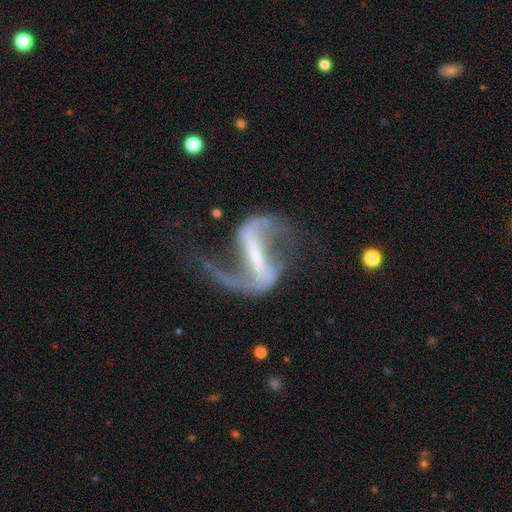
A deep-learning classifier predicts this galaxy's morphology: This is clearly a featured or disk galaxy (91%). It is clearly not viewed edge-on (96%). Bar: likely strong (71%). Spiral arm pattern: clearly yes (96%). Spiral arm count: clearly 2 (91%). Spiral winding: likely loose (77%). Central bulge: likely small (66%). Merging: likely none (64%).